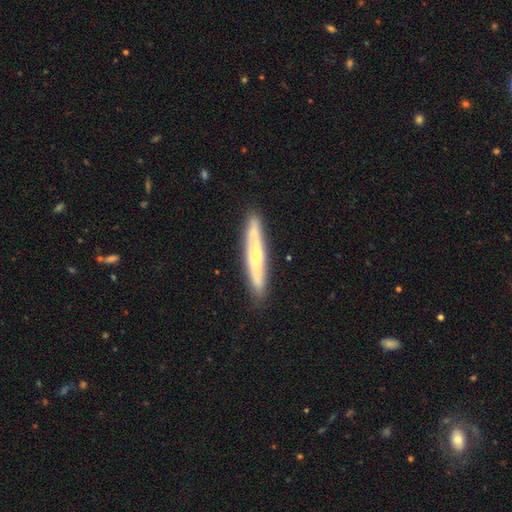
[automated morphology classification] smooth_or_featured: featured or disk (p=0.49) [alt: smooth p=0.45]
merging: none (p=0.89) [alt: minor disturbance p=0.08]